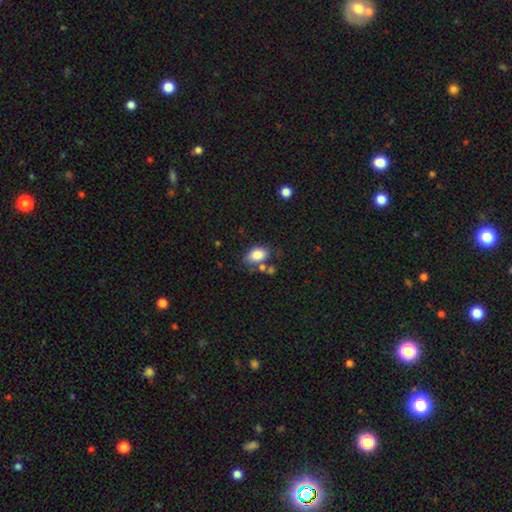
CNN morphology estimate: A smooth galaxy with no disk features (83%) that is in between round and cigar-shaped (86%).

Vote fractions:
- Smooth or featured? smooth: 83% / star or artifact: 8% / featured or disk: 8%
- How rounded? in between: 86% / round: 12% / cigar-shaped: 2%
- Merging? none: 58% / minor disturbance: 20% / merger: 14% / major disturbance: 7%